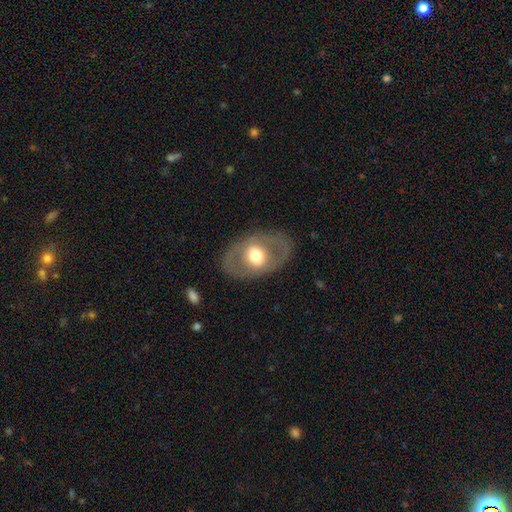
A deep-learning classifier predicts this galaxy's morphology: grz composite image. It shows a featured or disk galaxy (50%). Merging: none (81%).